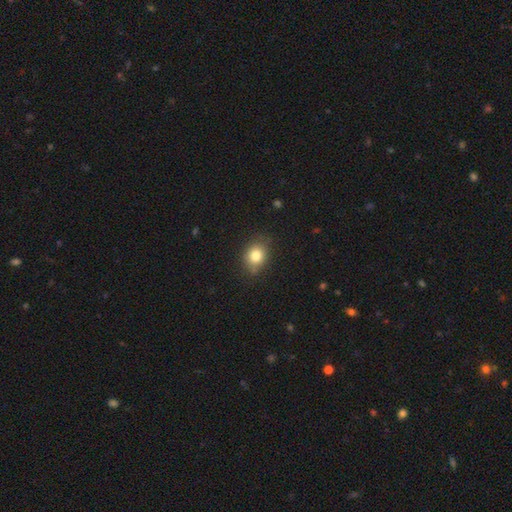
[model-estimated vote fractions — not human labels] Q: Smooth or featured?
A: smooth (81%); runner-up: star or artifact (10%)
Q: How rounded?
A: round (55%); runner-up: in between (44%)
Q: Merging?
A: none (78%); runner-up: minor disturbance (17%)